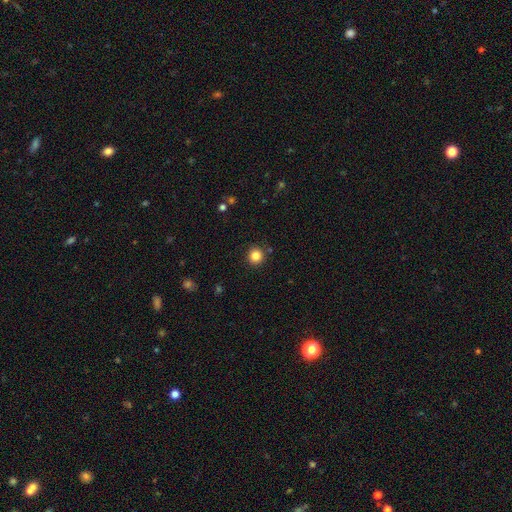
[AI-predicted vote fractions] This appears to be a smooth galaxy with no disk features (84%) that is round (94%). Merging: none (89%).